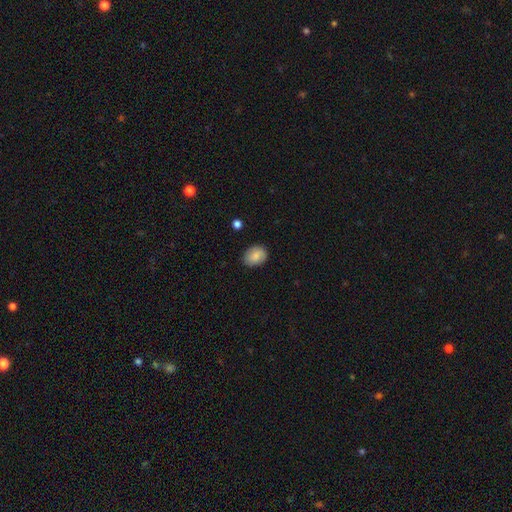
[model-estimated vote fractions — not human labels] This is likely a smooth galaxy (80%). How rounded: likely in between (65%). Merging: clearly none (83%).